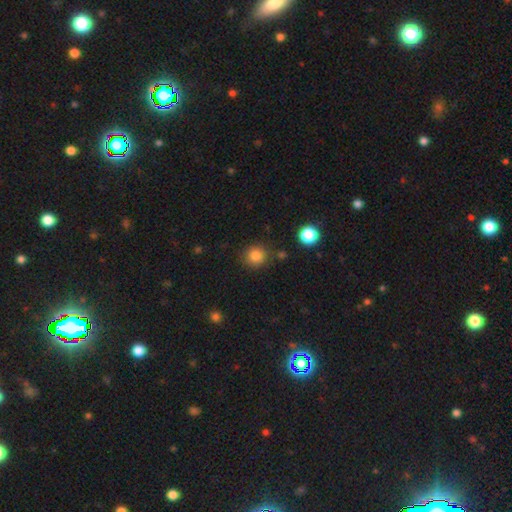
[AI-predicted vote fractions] Smooth or featured?
  - smooth: 83% *
  - star or artifact: 12%
  - featured or disk: 5%
How rounded?
  - round: 90% *
  - in between: 9%
  - cigar-shaped: 1%
Merging?
  - none: 84% *
  - minor disturbance: 9%
  - merger: 4%
  - major disturbance: 3%